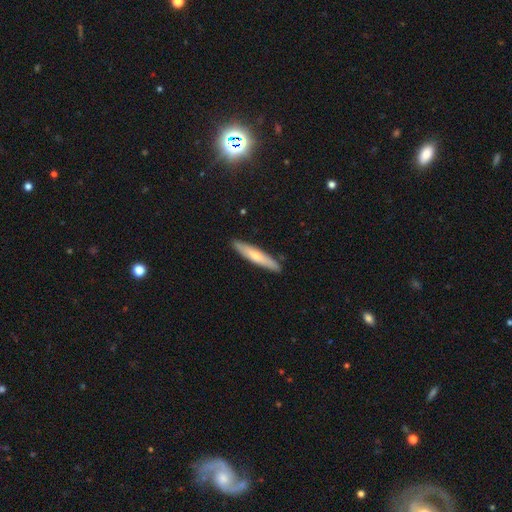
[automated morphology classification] This is possibly a smooth galaxy (58%). How rounded: clearly cigar-shaped (87%). Merging: clearly none (89%).